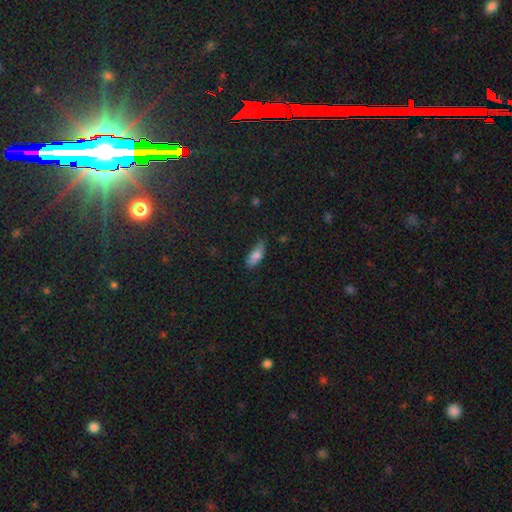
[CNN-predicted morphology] This appears to be a smooth galaxy with no disk features (80%) that is in between round and cigar-shaped (78%). Merging: none (61%).